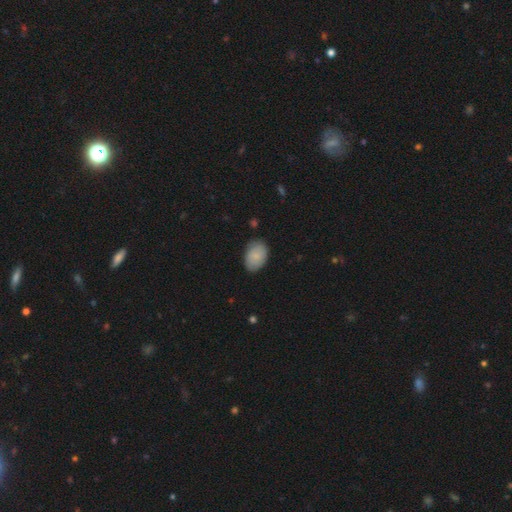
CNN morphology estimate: A smooth galaxy with no disk features (83%) that is in between round and cigar-shaped (87%).

Vote fractions:
- Smooth or featured? smooth: 83% / featured or disk: 11% / star or artifact: 6%
- How rounded? in between: 87% / round: 12% / cigar-shaped: 1%
- Merging? none: 78% / minor disturbance: 17% / major disturbance: 3% / merger: 1%